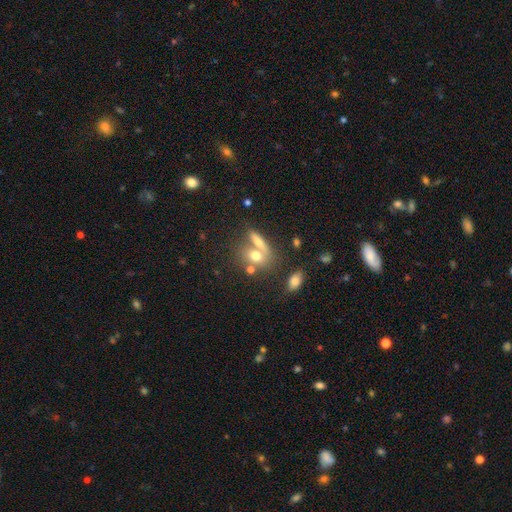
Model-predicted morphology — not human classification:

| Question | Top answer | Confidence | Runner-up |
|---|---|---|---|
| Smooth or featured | smooth | 67% | featured or disk (21%) |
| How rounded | in between | 51% | round (40%) |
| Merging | merger | 45% | none (38%) |